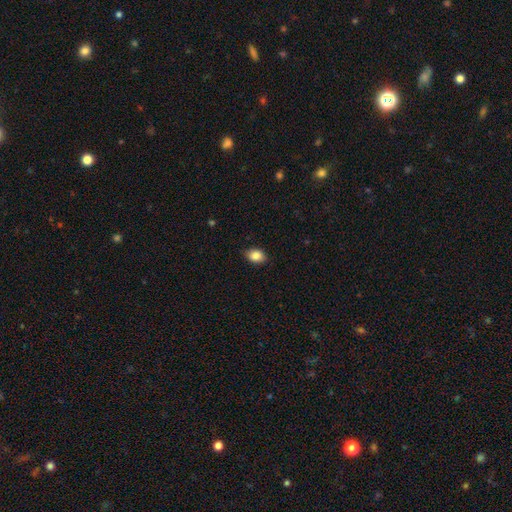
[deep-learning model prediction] Smooth or featured? smooth (86%)
How rounded? in between (77%)
Merging? none (86%)